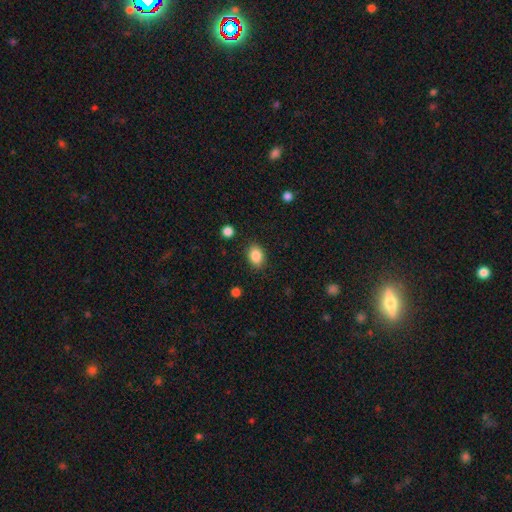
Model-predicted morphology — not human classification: Smooth or featured: smooth — 86% (star or artifact — 9%)
How rounded: in between — 69% (round — 30%)
Merging: none — 86% (minor disturbance — 10%)